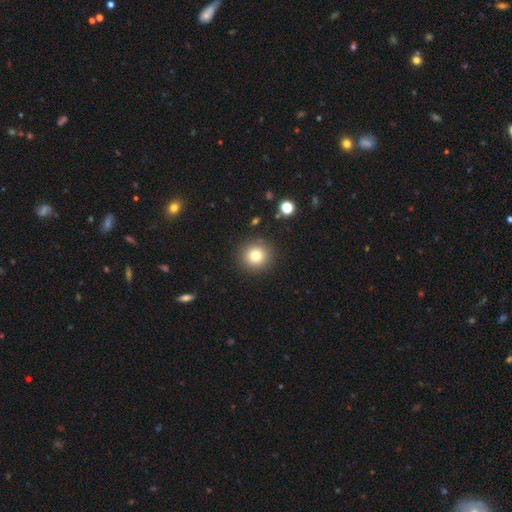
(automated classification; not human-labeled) A smooth galaxy with no disk features (80%) that is round (93%).

Vote fractions:
- Smooth or featured? smooth: 80% / star or artifact: 12% / featured or disk: 8%
- How rounded? round: 93% / in between: 7% / cigar-shaped: 1%
- Merging? none: 89% / minor disturbance: 7% / major disturbance: 2% / merger: 2%